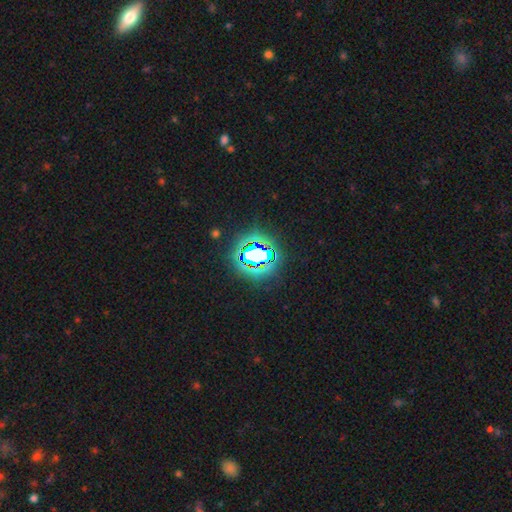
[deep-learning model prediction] Overall: star or artifact (69%).